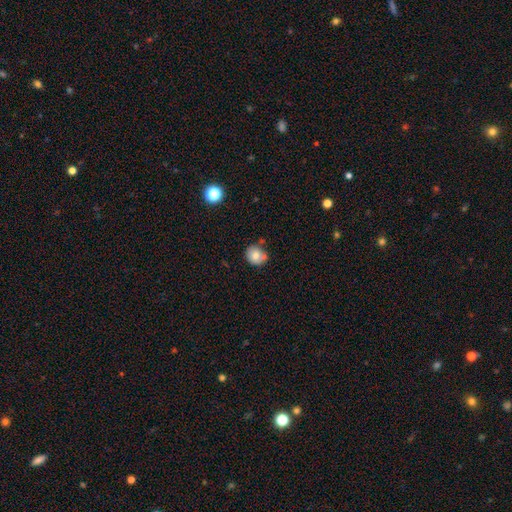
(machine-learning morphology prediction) Smooth or featured: smooth — 75% (featured or disk — 16%)
How rounded: round — 77% (in between — 22%)
Merging: none — 63% (minor disturbance — 22%)